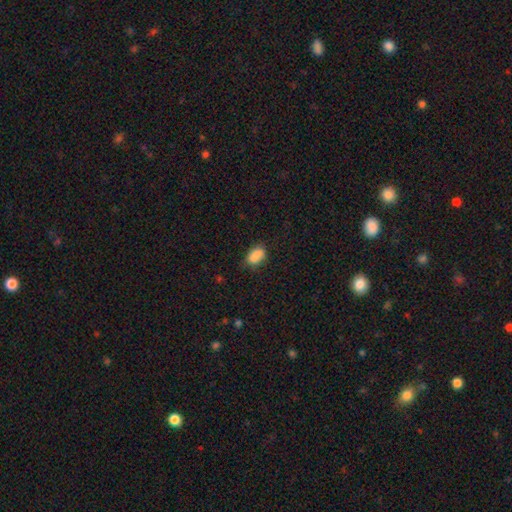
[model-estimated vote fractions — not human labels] smooth-or-featured: smooth: 86% | star or artifact: 9% | featured or disk: 5%
  how-rounded: in between: 87% | round: 10% | cigar-shaped: 3%
  merging: none: 69% | minor disturbance: 23% | major disturbance: 5% | merger: 3%